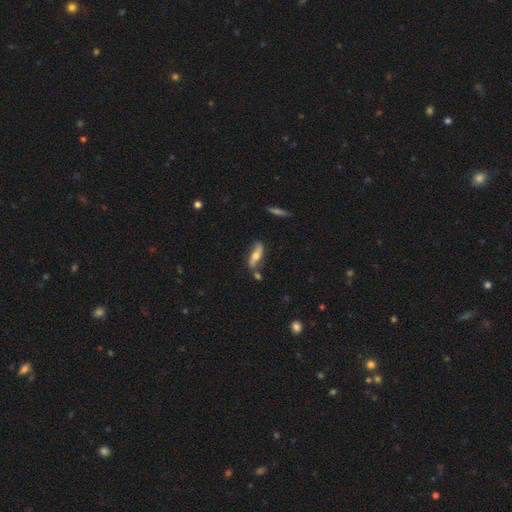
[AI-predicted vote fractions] Overall: featured or disk (55%; smooth 38%). Edge-on disk: no (58%; yes 42%). Merging: none (67%).